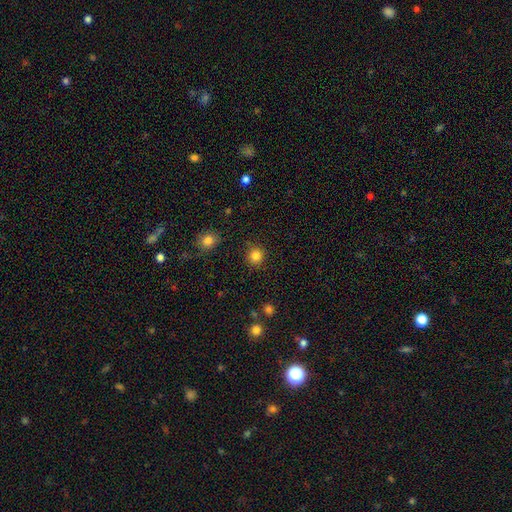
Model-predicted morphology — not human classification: smooth 84%, star or artifact 12%, featured or disk 4%. Down the decision tree: how rounded — round (92%); merging — none (89%).